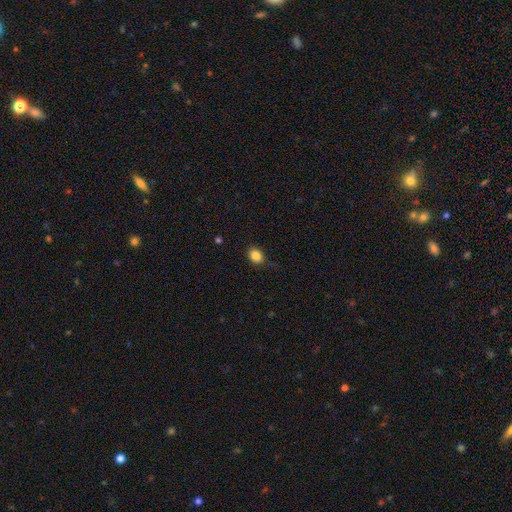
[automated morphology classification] smooth-or-featured: smooth: 85% | star or artifact: 10% | featured or disk: 5%
  how-rounded: in between: 52% | round: 47% | cigar-shaped: 1%
  merging: none: 79% | minor disturbance: 16% | major disturbance: 4% | merger: 1%